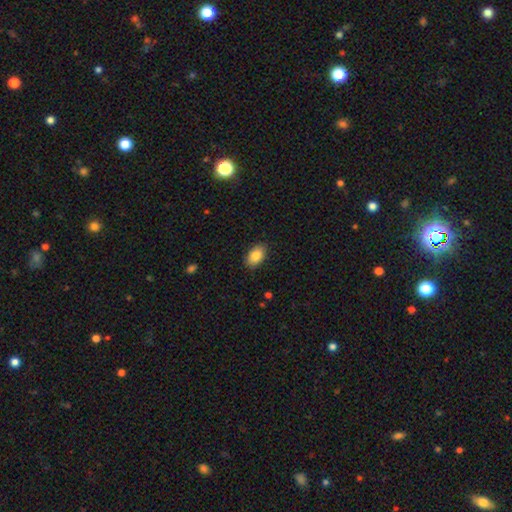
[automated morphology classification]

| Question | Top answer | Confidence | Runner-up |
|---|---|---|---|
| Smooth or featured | smooth | 86% | star or artifact (7%) |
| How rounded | in between | 91% | round (7%) |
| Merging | none | 87% | minor disturbance (10%) |